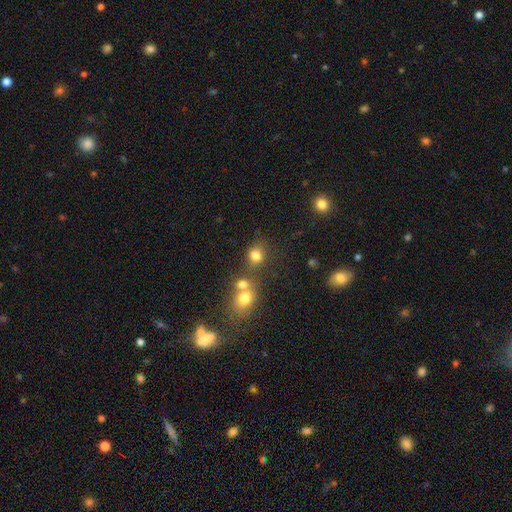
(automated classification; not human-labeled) A smooth galaxy with no disk features (77%) that is round (70%). Merging: none (53%).